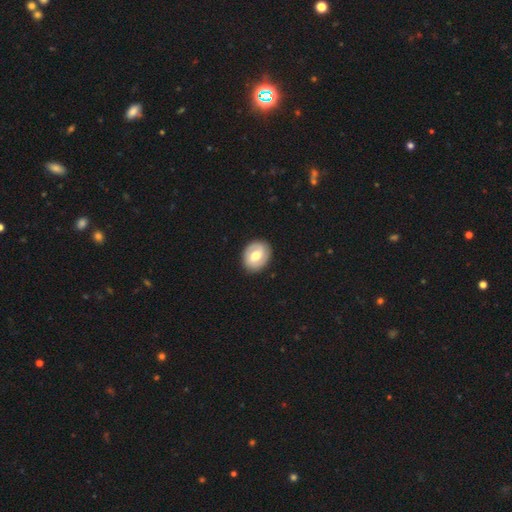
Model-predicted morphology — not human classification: smooth-or-featured: featured or disk: 50% | smooth: 44% | star or artifact: 6%
  disk-edge-on: no: 96% | yes: 4%
  merging: none: 87% | minor disturbance: 9% | major disturbance: 3% | merger: 1%